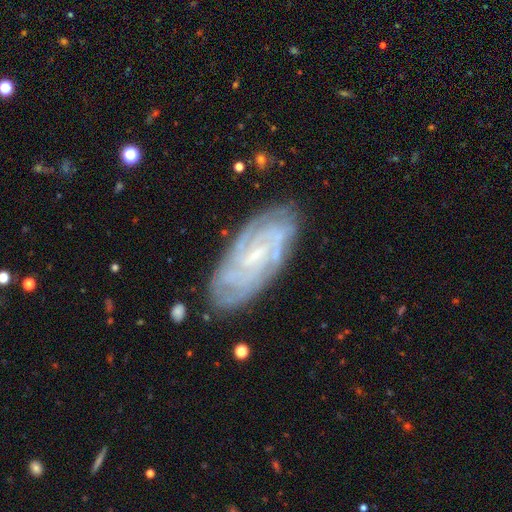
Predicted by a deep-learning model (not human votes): Smooth or featured? featured or disk (82%)
Edge-on disk? no (93%)
Bar? weak (46%)
Spiral arms? yes (96%)
Spiral winding? tight (68%)
Spiral arm count? can't tell (32%)
Bulge size? small (70%)
Merging? none (80%)